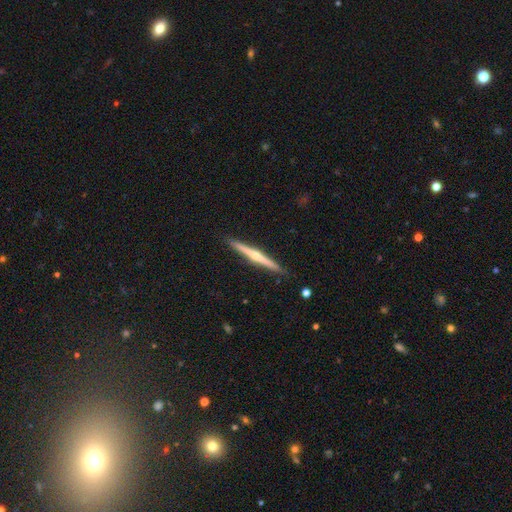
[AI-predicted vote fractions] smooth-or-featured: featured or disk: 73% | smooth: 22% | star or artifact: 5%
  disk-edge-on: yes: 98% | no: 2%
    edge-on-bulge: rounded: 80% | none: 16% | boxy: 4%
  merging: none: 91% | minor disturbance: 6% | major disturbance: 1% | merger: 1%